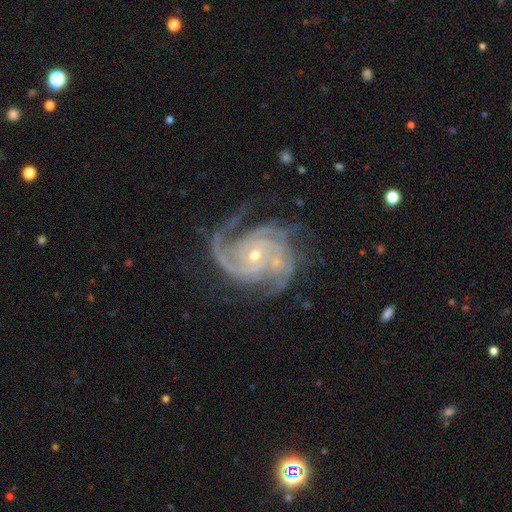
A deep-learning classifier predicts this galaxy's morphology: This is clearly a featured or disk galaxy (92%). It is clearly not viewed edge-on (98%). Bar: likely no (70%). Spiral arm pattern: clearly yes (99%). Spiral arm count: marginally 3 (40%). Spiral winding: possibly tight (57%). Central bulge: likely small (67%). Merging: likely none (64%).